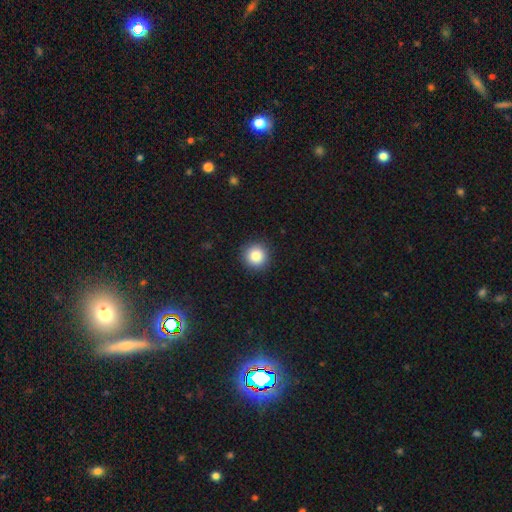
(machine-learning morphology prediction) Smooth or featured: smooth — 85% (star or artifact — 10%)
How rounded: round — 94% (in between — 5%)
Merging: none — 92% (minor disturbance — 5%)